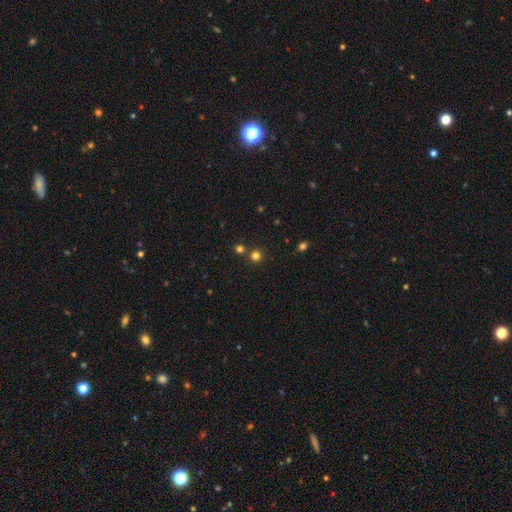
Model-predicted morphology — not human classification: Smooth or featured: smooth — 74% (star or artifact — 21%)
How rounded: round — 93% (in between — 6%)
Merging: none — 79% (merger — 13%)